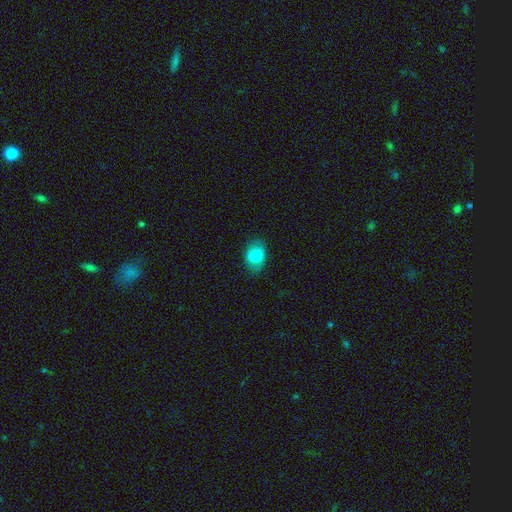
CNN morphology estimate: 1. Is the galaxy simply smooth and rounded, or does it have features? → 84% smooth, 8% featured or disk, 8% star or artifact.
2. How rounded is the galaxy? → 79% in between, 19% round, 1% cigar-shaped.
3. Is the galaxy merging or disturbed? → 73% none, 20% minor disturbance, 6% major disturbance, 1% merger.